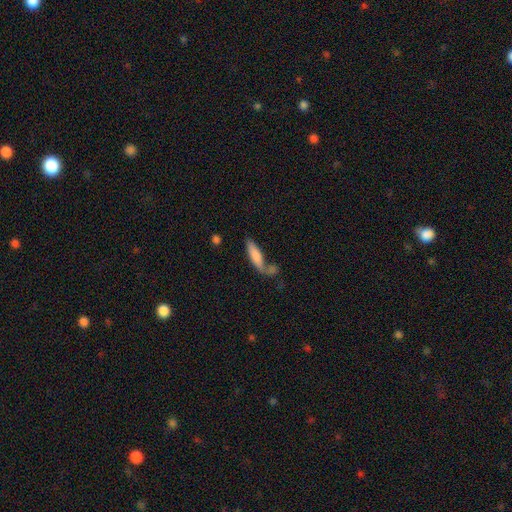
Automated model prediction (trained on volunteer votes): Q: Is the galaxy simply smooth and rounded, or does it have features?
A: smooth — 74%.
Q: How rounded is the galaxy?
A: cigar-shaped — 66%.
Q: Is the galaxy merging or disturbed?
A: none — 46%.